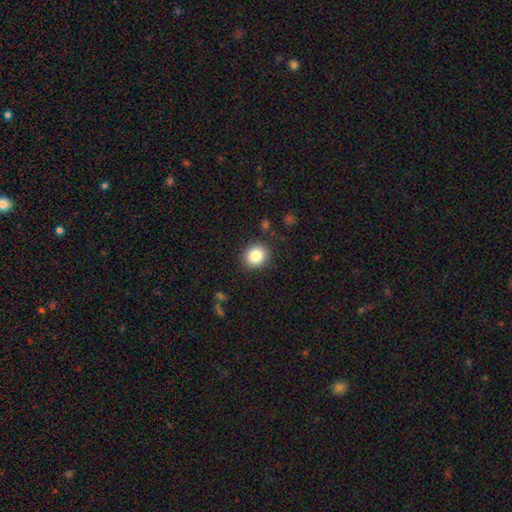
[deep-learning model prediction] A smooth galaxy with no disk features (85%) that is round (79%).

Vote fractions:
- Smooth or featured? smooth: 85% / star or artifact: 9% / featured or disk: 6%
- How rounded? round: 79% / in between: 20% / cigar-shaped: 1%
- Merging? none: 88% / minor disturbance: 8% / major disturbance: 3% / merger: 1%